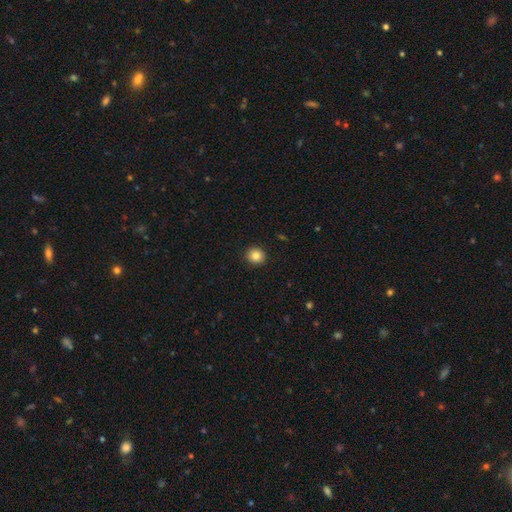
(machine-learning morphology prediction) The model was most divided on "how rounded": round: 85%, in between: 14%, cigar-shaped: 1%. More confident: merging — none (92%); smooth or featured — smooth (84%).